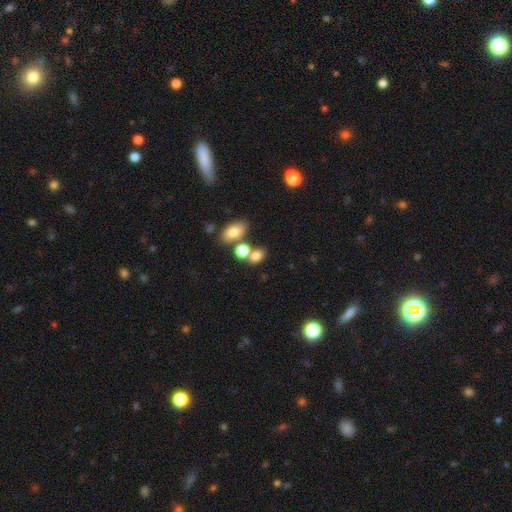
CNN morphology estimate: Overall: smooth (78%). How rounded: in between (61%; round 38%). Merging: none (53%; merger 31%).